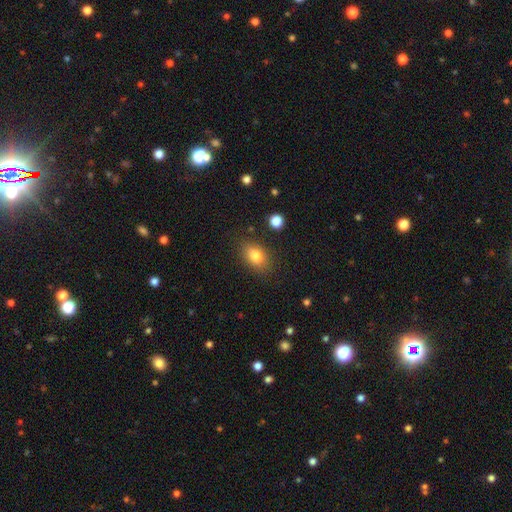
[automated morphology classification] A smooth galaxy with no disk features (80%) that is in between round and cigar-shaped (79%). Merging: none (82%).